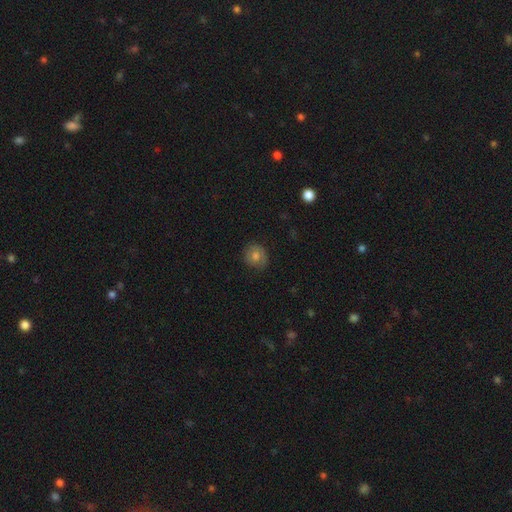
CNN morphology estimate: This appears to be a smooth galaxy with no disk features (73%) that is round (79%). Merging: none (77%).